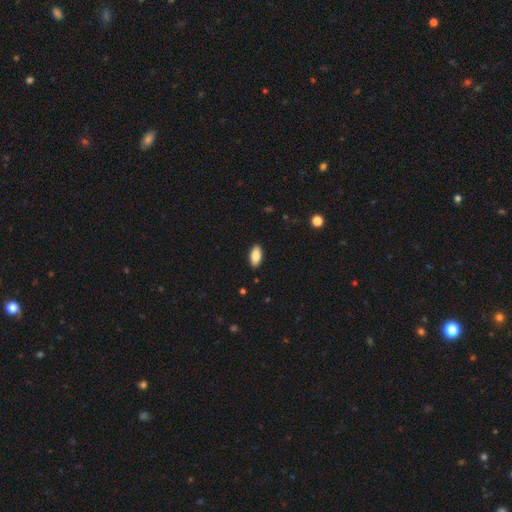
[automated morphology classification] Overall: smooth (82%). How rounded: in between (88%). Merging: none (90%).